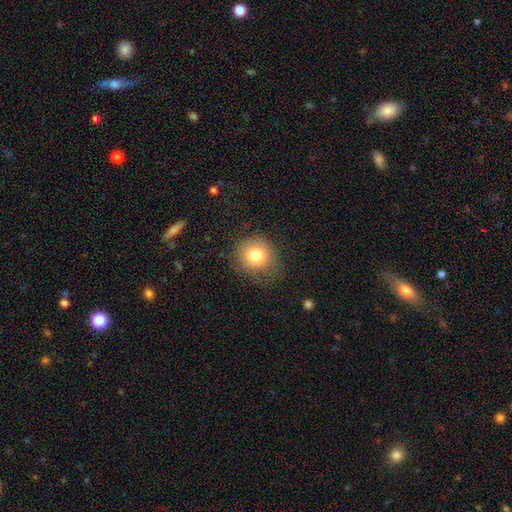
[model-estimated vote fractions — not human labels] Morphology: type=smooth (80%); roundness=round (85%); merging=none (71%).